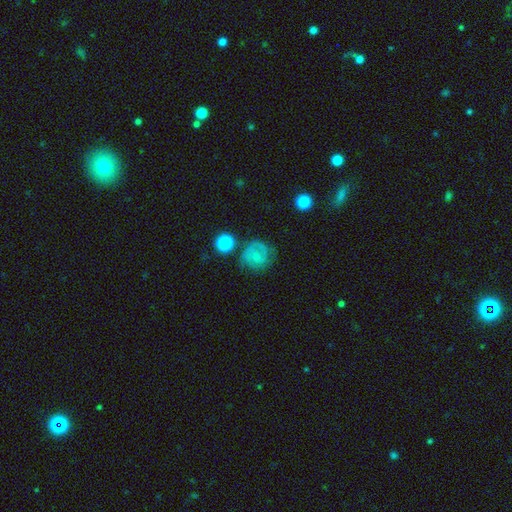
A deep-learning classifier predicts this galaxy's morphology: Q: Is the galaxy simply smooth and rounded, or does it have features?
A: smooth — 50%.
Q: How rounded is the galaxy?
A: round — 83%.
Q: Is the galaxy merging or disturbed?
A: none — 60%.